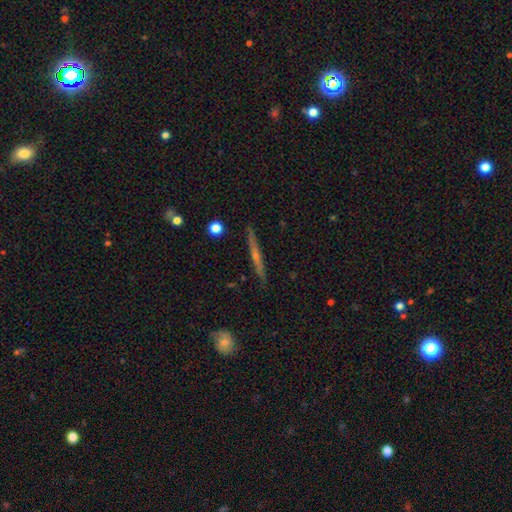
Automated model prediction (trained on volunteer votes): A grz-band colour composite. It shows a featured or disk galaxy (71%) viewed edge-on (97%) with a rounded central bulge (66%). Merging: none (90%).